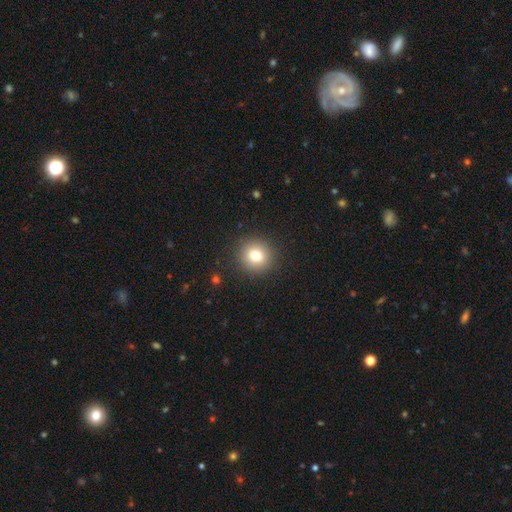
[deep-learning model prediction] smooth-or-featured: smooth: 77% | star or artifact: 13% | featured or disk: 10%
  how-rounded: round: 93% | in between: 6% | cigar-shaped: 1%
  merging: none: 91% | minor disturbance: 6% | major disturbance: 2% | merger: 1%